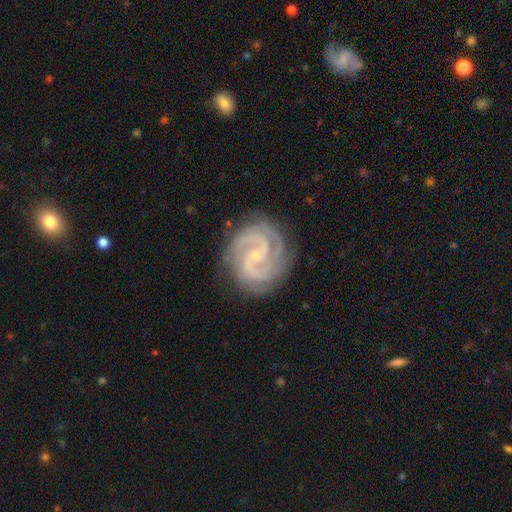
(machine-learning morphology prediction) Smooth or featured? featured or disk (92%)
Edge-on disk? no (98%)
Bar? weak (45%)
Spiral arms? yes (99%)
Spiral winding? medium (47%)
Spiral arm count? 2 (74%)
Bulge size? small (81%)
Merging? none (83%)